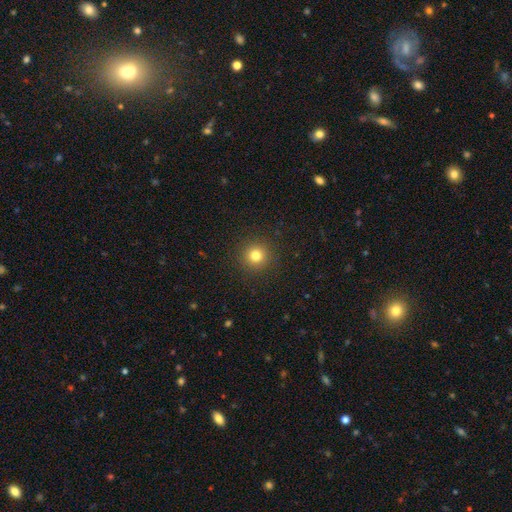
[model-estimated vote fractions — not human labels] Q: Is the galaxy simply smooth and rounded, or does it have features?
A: smooth — 80%.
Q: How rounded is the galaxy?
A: round — 95%.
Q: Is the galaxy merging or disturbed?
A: none — 92%.